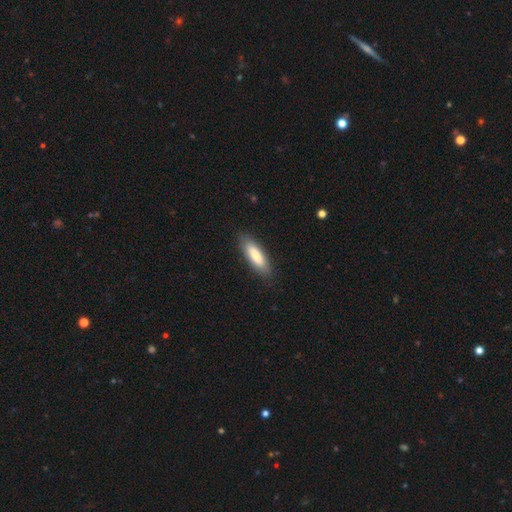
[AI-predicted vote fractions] smooth_or_featured: smooth (p=0.79) [alt: featured or disk p=0.15]
how_rounded: in between (p=0.54) [alt: cigar-shaped p=0.45]
merging: none (p=0.86) [alt: minor disturbance p=0.10]